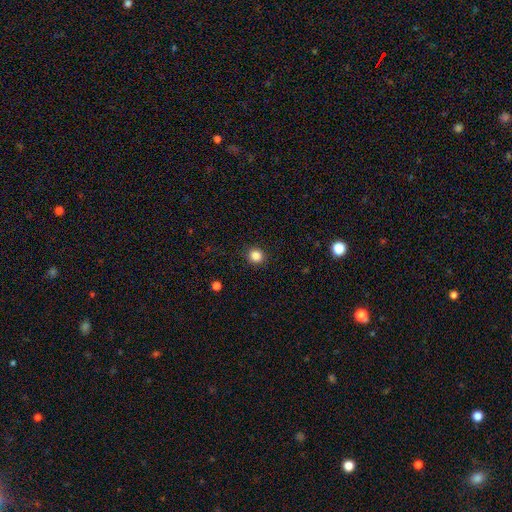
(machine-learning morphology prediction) This appears to be a smooth galaxy with no disk features (84%) that is round (90%). Merging: none (92%).